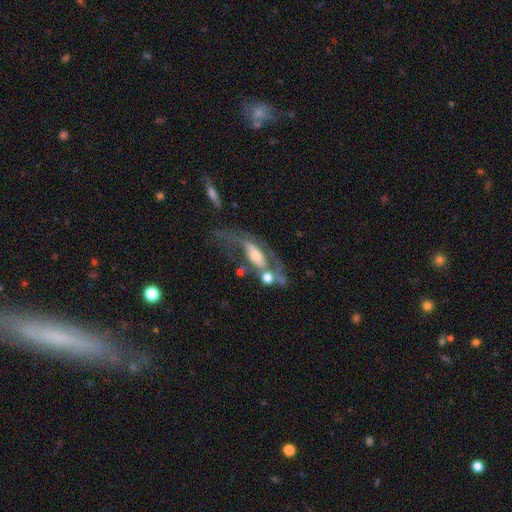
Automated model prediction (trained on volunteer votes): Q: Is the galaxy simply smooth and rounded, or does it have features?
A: featured or disk — 73%.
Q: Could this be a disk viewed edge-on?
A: no — 83%.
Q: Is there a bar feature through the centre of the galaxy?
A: no — 54%.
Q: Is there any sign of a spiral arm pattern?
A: yes — 72%.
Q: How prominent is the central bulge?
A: moderate — 52%.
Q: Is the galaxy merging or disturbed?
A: major disturbance — 30%.